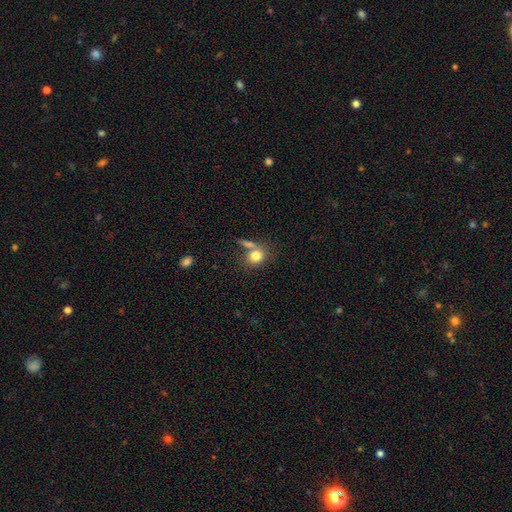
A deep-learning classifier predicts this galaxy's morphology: Smooth or featured? Predicted: smooth (p=0.79). How rounded? Predicted: round (p=0.59). Merging? Predicted: none (p=0.52).